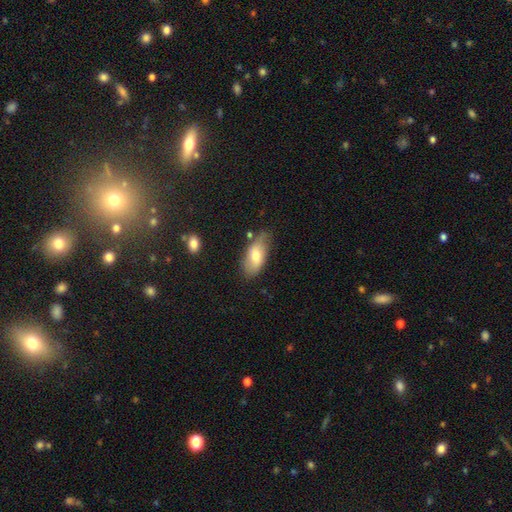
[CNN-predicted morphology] The model was most divided on "merging": none: 58%, minor disturbance: 30%, major disturbance: 7%, merger: 4%. More confident: how rounded — in between (89%); smooth or featured — smooth (66%).